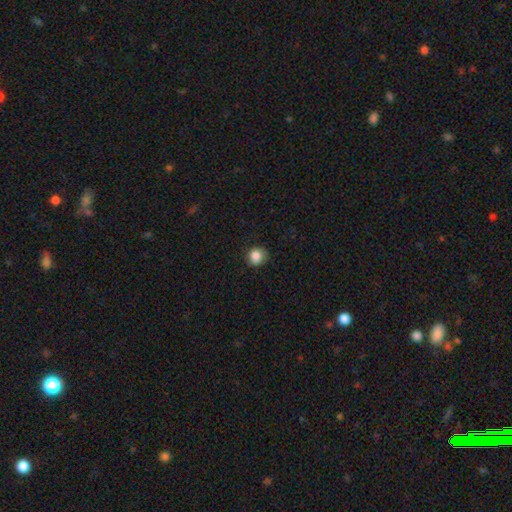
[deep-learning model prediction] Smooth or featured? smooth (86%)
How rounded? round (87%)
Merging? none (82%)